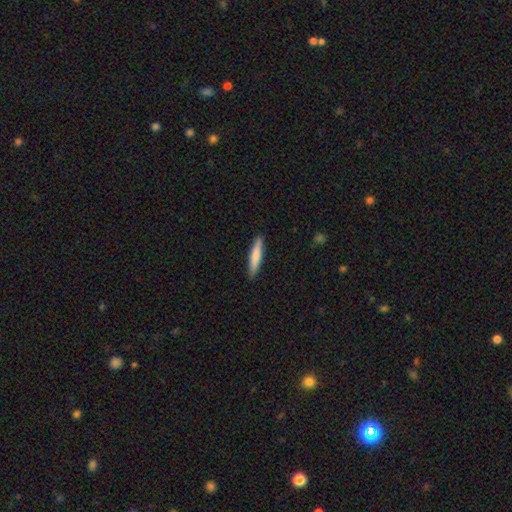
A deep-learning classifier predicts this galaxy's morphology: smooth-or-featured: smooth: 77% | featured or disk: 18% | star or artifact: 5%
  how-rounded: cigar-shaped: 90% | in between: 9% | round: 1%
  merging: none: 89% | minor disturbance: 8% | major disturbance: 1% | merger: 1%